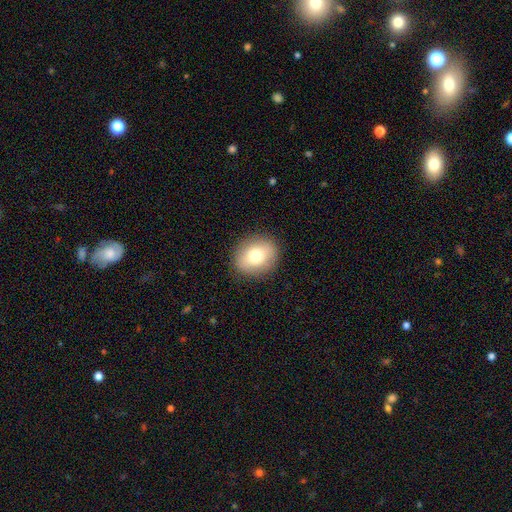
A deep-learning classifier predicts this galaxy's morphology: This appears to be a smooth galaxy with no disk features (77%) that is round (62%). Merging: none (89%).